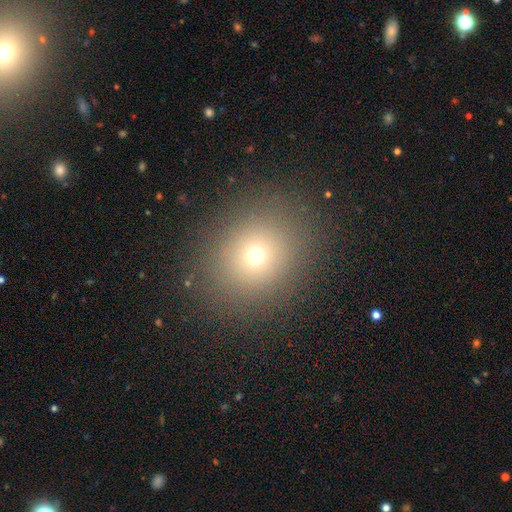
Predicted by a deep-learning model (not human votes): Overall: smooth (68%). How rounded: round (74%). Merging: none (88%).